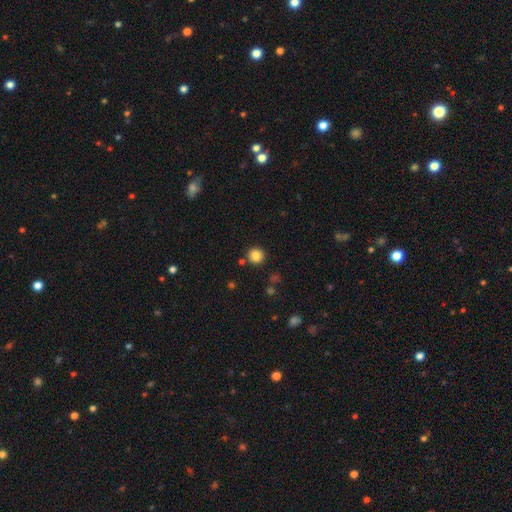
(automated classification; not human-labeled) A smooth galaxy with no disk features (85%) that is round (93%).

Vote fractions:
- Smooth or featured? smooth: 85% / star or artifact: 11% / featured or disk: 4%
- How rounded? round: 93% / in between: 6% / cigar-shaped: 1%
- Merging? none: 87% / minor disturbance: 7% / merger: 4% / major disturbance: 2%